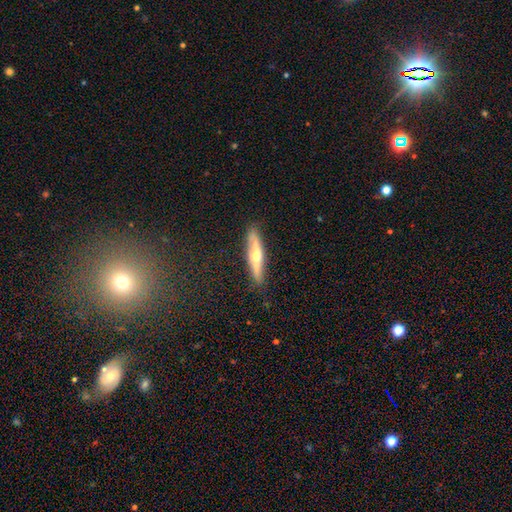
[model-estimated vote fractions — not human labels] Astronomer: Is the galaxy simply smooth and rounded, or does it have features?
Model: featured or disk — 56% (runner-up: smooth, 38%).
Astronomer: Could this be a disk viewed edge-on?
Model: yes — 86%.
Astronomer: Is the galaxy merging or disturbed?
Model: none — 87%.